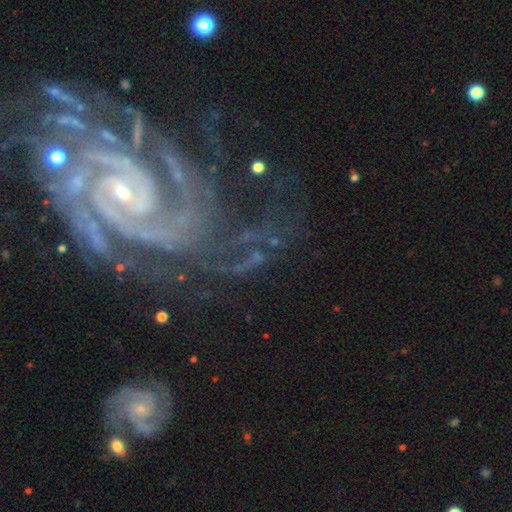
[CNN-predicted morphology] smooth_or_featured: featured or disk (p=0.62) [alt: star or artifact p=0.23]
disk_edge_on: no (p=0.93) [alt: yes p=0.07]
bar: no (p=0.45) [alt: weak p=0.31]
has_spiral_arms: yes (p=0.83) [alt: no p=0.17]
bulge_size: small (p=0.53) [alt: moderate p=0.25]
merging: none (p=0.55) [alt: major disturbance p=0.22]